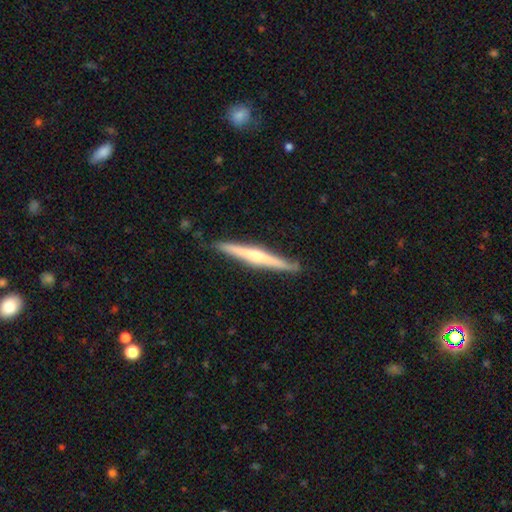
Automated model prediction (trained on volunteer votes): A featured or disk galaxy (64%) viewed edge-on (98%) with a rounded central bulge (64%).

Vote fractions:
- Smooth or featured? featured or disk: 64% / smooth: 31% / star or artifact: 5%
- Edge-on disk? yes: 98% / no: 2%
- Edge-on bulge? rounded: 64% / none: 28% / boxy: 8%
- Merging? none: 87% / minor disturbance: 10% / major disturbance: 2% / merger: 1%